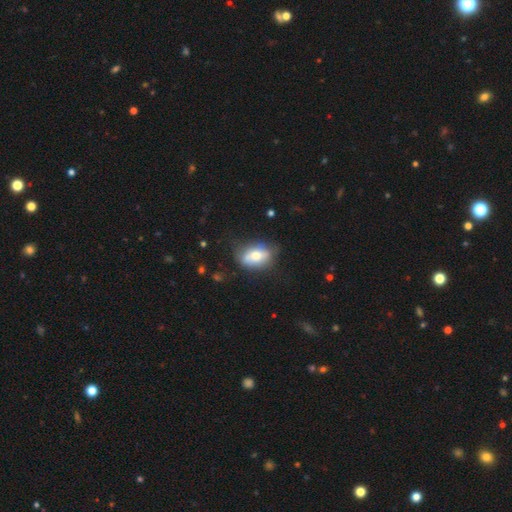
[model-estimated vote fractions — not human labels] This is possibly a smooth galaxy (58%). How rounded: likely in between (79%). Merging: likely none (66%).